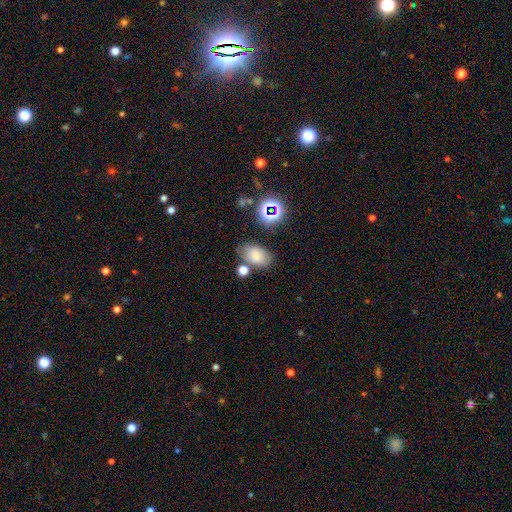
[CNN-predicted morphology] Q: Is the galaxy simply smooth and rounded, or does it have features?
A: smooth — 67%.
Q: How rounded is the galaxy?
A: in between — 83%.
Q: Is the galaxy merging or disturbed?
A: none — 66%.